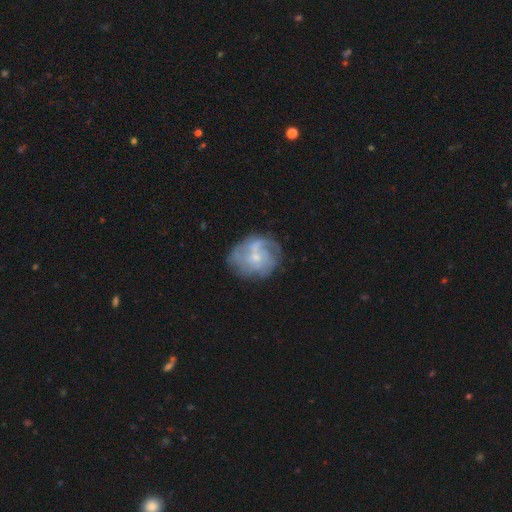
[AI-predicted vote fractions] featured or disk 68%, smooth 25%, star or artifact 8%. Down the decision tree: edge-on disk — no (98%); bar — no (73%); spiral arms — yes (75%); bulge size — small (70%); merging — none (58%).